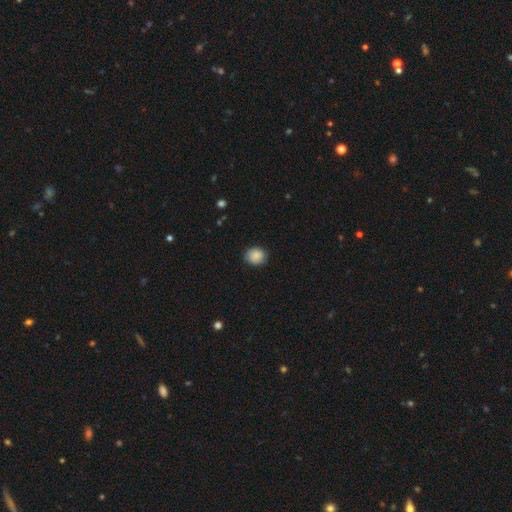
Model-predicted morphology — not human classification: Smooth or featured?
  - smooth: 87% *
  - star or artifact: 8%
  - featured or disk: 5%
How rounded?
  - round: 73% *
  - in between: 26%
  - cigar-shaped: 1%
Merging?
  - none: 83% *
  - minor disturbance: 13%
  - major disturbance: 3%
  - merger: 1%